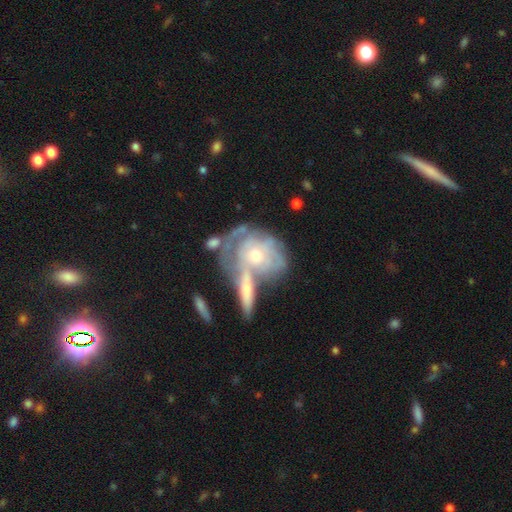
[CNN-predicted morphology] This appears to be a featured or disk galaxy (70%) with no bar (83%), spiral arms (62%) and a small central bulge (54%). Merging: merger (36%).